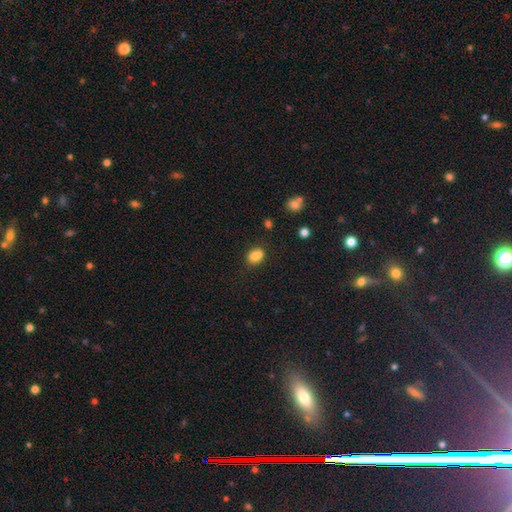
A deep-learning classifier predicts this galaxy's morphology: Smooth or featured?
  - smooth: 81% *
  - star or artifact: 11%
  - featured or disk: 8%
How rounded?
  - in between: 70% *
  - round: 28%
  - cigar-shaped: 2%
Merging?
  - none: 53% *
  - merger: 26%
  - minor disturbance: 16%
  - major disturbance: 5%